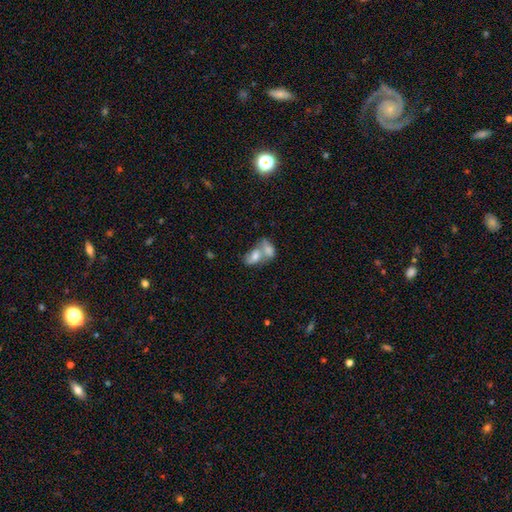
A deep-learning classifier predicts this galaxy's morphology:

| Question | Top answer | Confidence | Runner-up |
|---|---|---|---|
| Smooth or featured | smooth | 63% | featured or disk (25%) |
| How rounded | in between | 82% | round (15%) |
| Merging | merger | 73% | none (16%) |